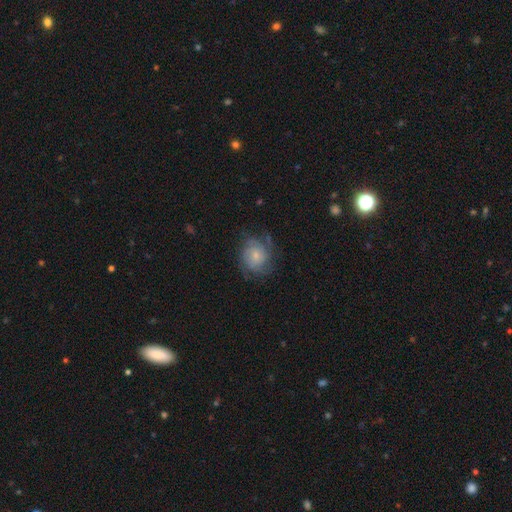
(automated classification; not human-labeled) A featured or disk galaxy (58%) with no bar (75%), spiral arms (87%) and a small central bulge (59%).

Vote fractions:
- Smooth or featured? featured or disk: 58% / smooth: 34% / star or artifact: 8%
- Edge-on disk? no: 98% / yes: 2%
- Bar? no: 75% / weak: 22% / strong: 3%
- Spiral arms? yes: 87% / no: 13%
- Bulge size? small: 59% / moderate: 29% / none: 6% / large: 4% / dominant: 1%
- Merging? none: 64% / minor disturbance: 22% / major disturbance: 12% / merger: 1%